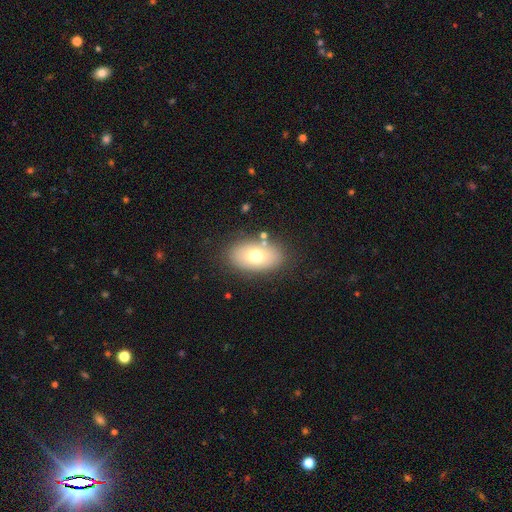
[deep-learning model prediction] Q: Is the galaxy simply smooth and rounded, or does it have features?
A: smooth — 71%.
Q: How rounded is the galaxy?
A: in between — 89%.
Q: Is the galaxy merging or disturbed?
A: none — 81%.